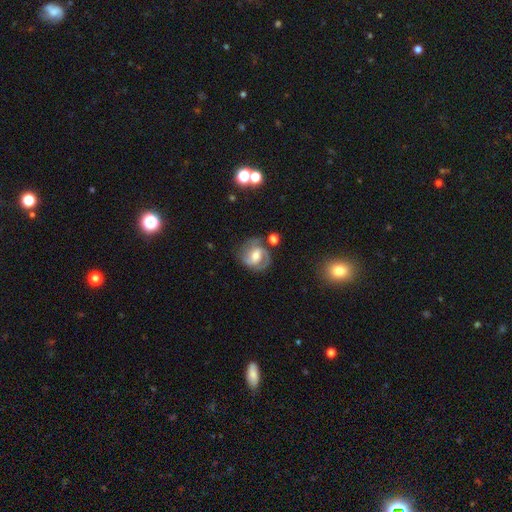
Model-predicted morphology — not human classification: Overall: featured or disk (78%). Edge-on disk: no (97%). Bar: weak (46%; no 35%). Spiral arms: yes (93%). Spiral arm count: 2 (67%). Spiral winding: medium (47%; tight 40%). Bulge size: moderate (63%; small 29%). Merging: none (65%).